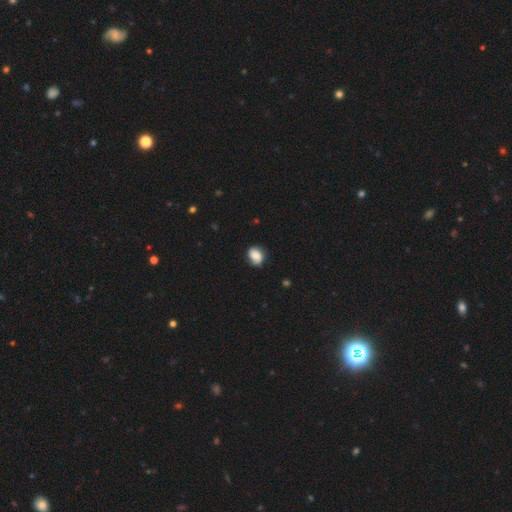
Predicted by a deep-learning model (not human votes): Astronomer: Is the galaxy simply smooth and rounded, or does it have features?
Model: smooth — 69%.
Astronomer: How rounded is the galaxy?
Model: in between — 55% (runner-up: round, 44%).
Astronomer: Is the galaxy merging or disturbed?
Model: none — 74%.